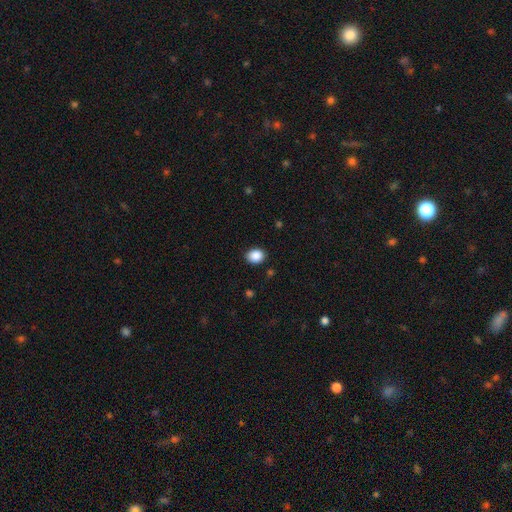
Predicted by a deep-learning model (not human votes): smooth-or-featured: smooth: 88% | star or artifact: 9% | featured or disk: 3%
  how-rounded: round: 57% | in between: 42% | cigar-shaped: 1%
  merging: none: 88% | minor disturbance: 9% | major disturbance: 2% | merger: 1%